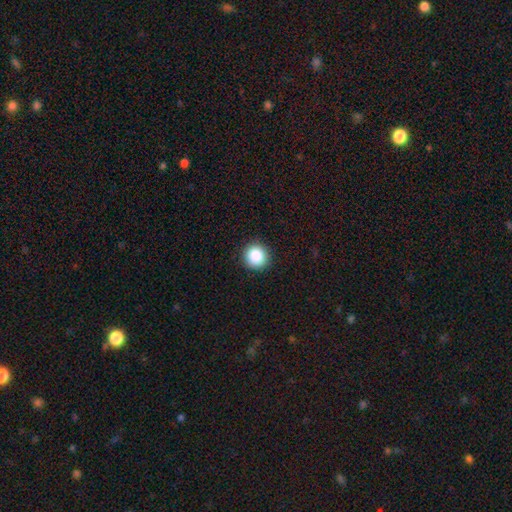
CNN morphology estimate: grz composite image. It shows a smooth galaxy with no disk features (87%) that is round (93%). Merging: none (92%).